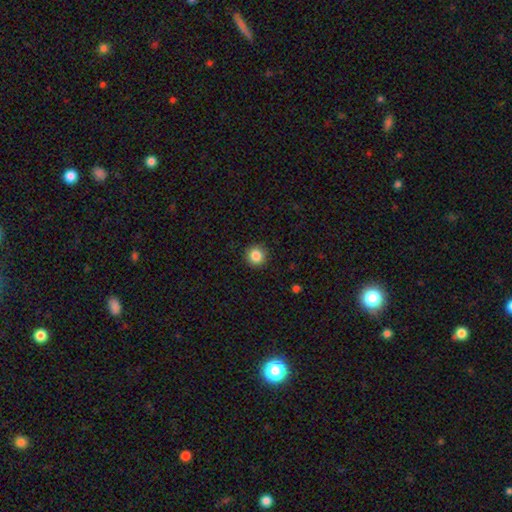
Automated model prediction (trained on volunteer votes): Smooth or featured: smooth — 86% (star or artifact — 10%)
How rounded: round — 94% (in between — 5%)
Merging: none — 92% (minor disturbance — 5%)